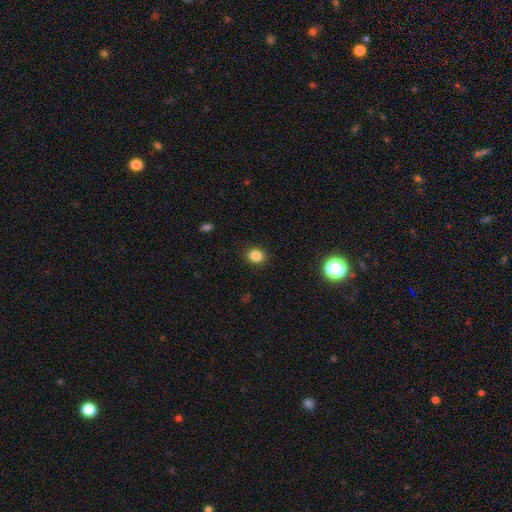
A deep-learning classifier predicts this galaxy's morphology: Smooth or featured? smooth (85%)
How rounded? round (63%)
Merging? none (90%)